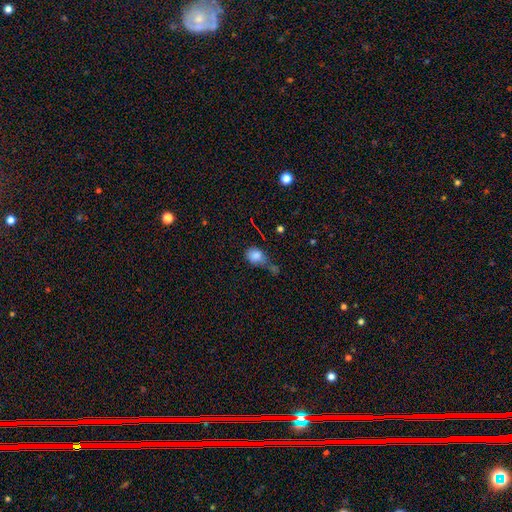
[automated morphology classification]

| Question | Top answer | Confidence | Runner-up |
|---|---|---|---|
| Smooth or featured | smooth | 78% | star or artifact (13%) |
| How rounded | round | 53% | in between (44%) |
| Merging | merger | 30% | none (29%) |